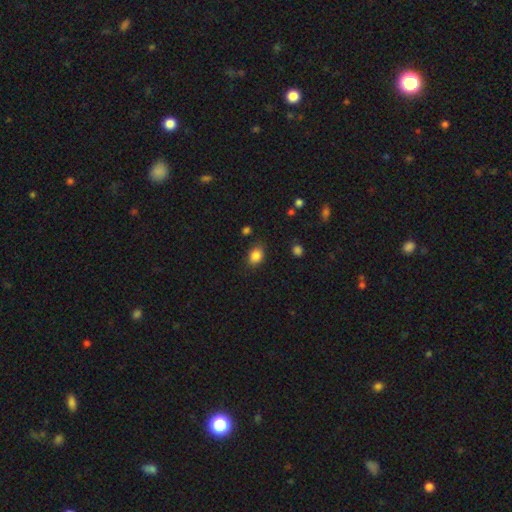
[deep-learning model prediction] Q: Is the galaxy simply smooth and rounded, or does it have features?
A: smooth — 85%.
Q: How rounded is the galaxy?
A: in between — 65%.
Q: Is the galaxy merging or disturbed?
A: none — 80%.